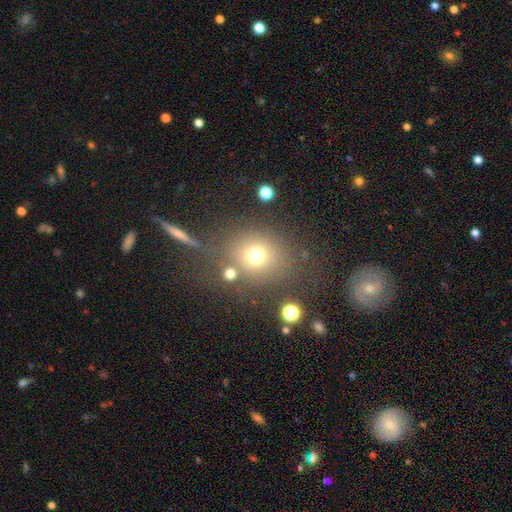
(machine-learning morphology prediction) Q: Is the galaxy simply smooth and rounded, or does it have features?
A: smooth — 70%.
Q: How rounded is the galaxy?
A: round — 81%.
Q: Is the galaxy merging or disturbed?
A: none — 70%.